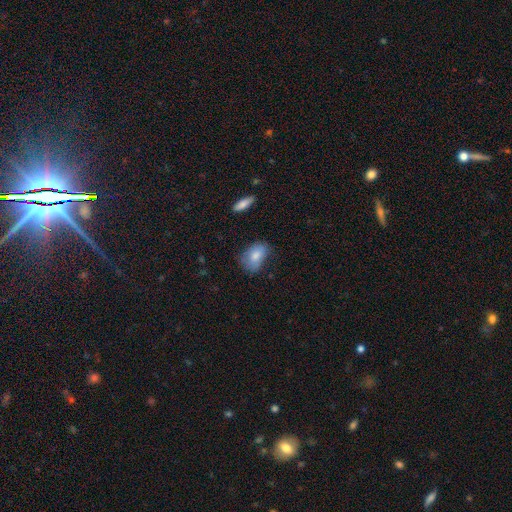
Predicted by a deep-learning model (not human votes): This appears to be a smooth galaxy with no disk features (79%) that is in between round and cigar-shaped (86%). Merging: none (63%).